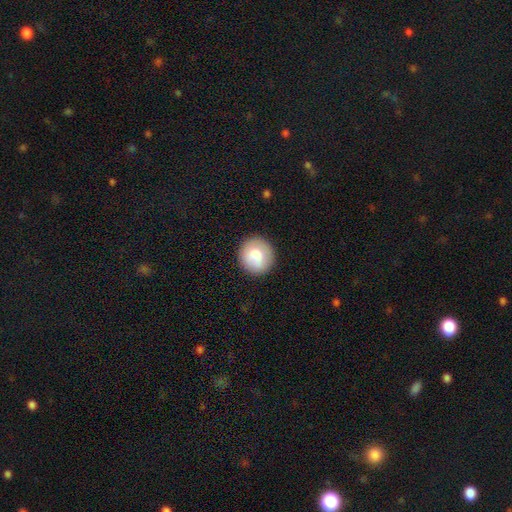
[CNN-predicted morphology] smooth 82%, featured or disk 11%, star or artifact 7%. Down the decision tree: how rounded — round (91%); merging — none (87%).